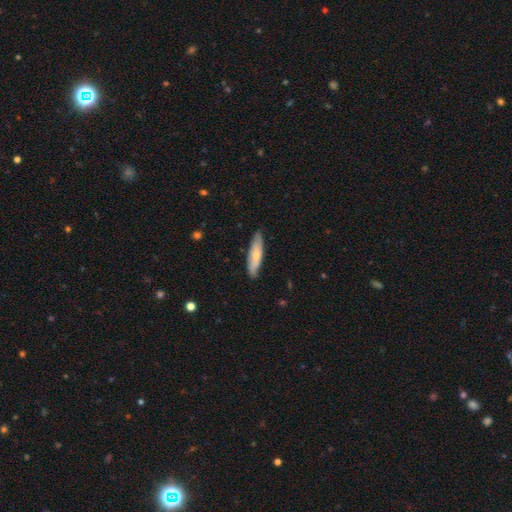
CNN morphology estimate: smooth-or-featured: smooth: 66% | featured or disk: 29% | star or artifact: 5%
  how-rounded: cigar-shaped: 72% | in between: 27% | round: 2%
  merging: none: 83% | minor disturbance: 14% | major disturbance: 2% | merger: 1%